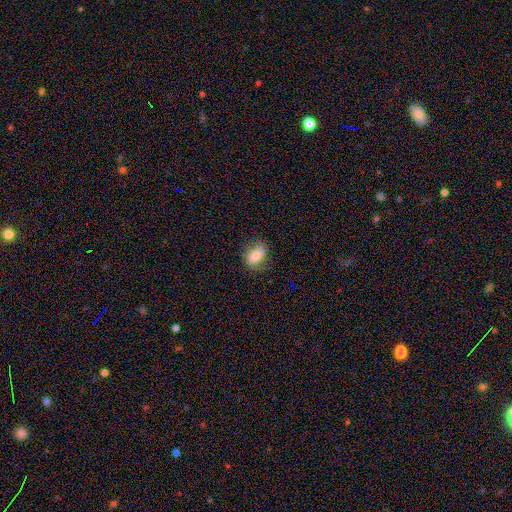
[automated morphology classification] This appears to be a smooth galaxy with no disk features (78%) that is in between round and cigar-shaped (83%). Merging: none (72%).